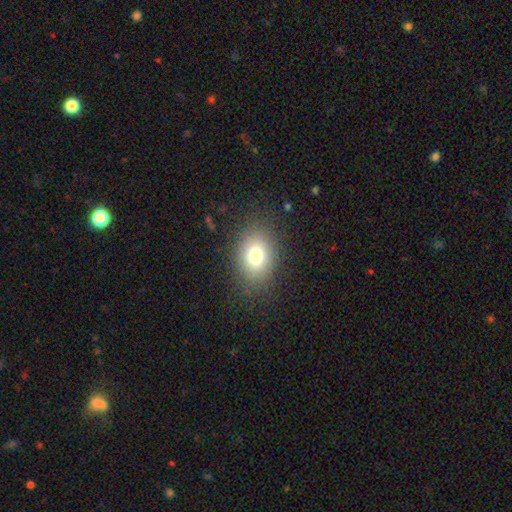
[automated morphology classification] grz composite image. It shows a smooth galaxy with no disk features (76%) that is in between round and cigar-shaped (62%). Merging: none (84%).